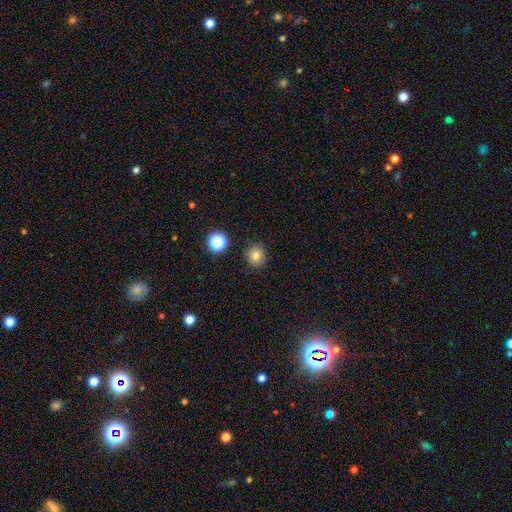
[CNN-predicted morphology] type=smooth (79%); roundness=round (87%); merging=none (87%).